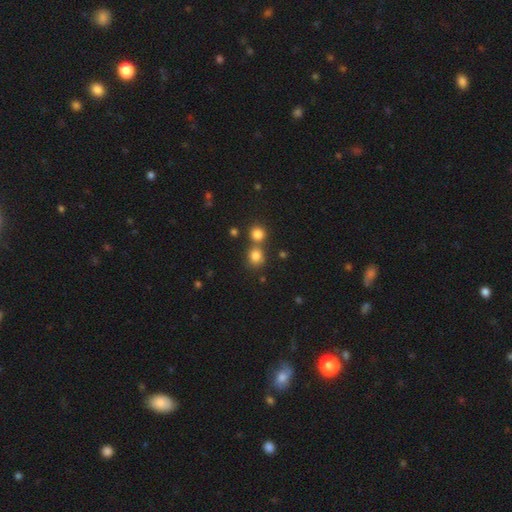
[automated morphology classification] The model was most divided on "merging": none: 58%, merger: 31%, minor disturbance: 8%, major disturbance: 3%. More confident: how rounded — round (83%); smooth or featured — smooth (80%).